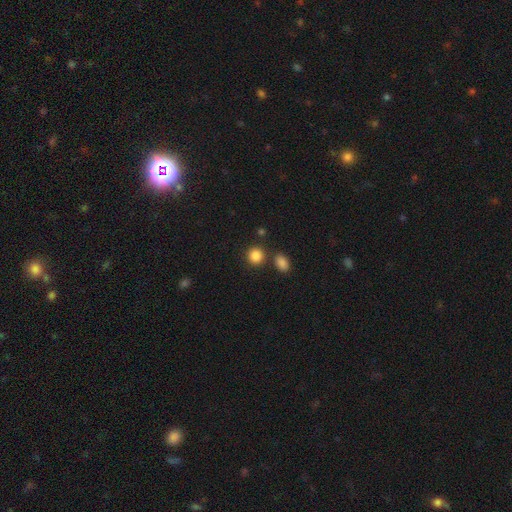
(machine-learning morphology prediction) Smooth or featured?
  - smooth: 86% *
  - star or artifact: 10%
  - featured or disk: 4%
How rounded?
  - round: 84% *
  - in between: 15%
  - cigar-shaped: 1%
Merging?
  - none: 77% *
  - merger: 11%
  - minor disturbance: 9%
  - major disturbance: 3%